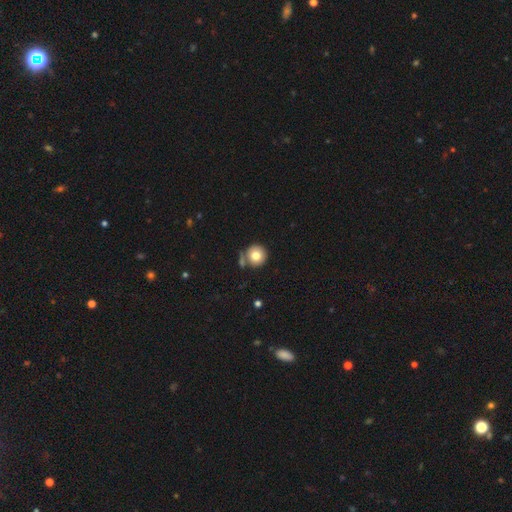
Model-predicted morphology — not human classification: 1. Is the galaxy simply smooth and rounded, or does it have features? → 78% smooth, 13% featured or disk, 10% star or artifact.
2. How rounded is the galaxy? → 94% round, 5% in between, 1% cigar-shaped.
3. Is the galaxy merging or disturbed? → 72% none, 13% merger, 11% minor disturbance, 4% major disturbance.